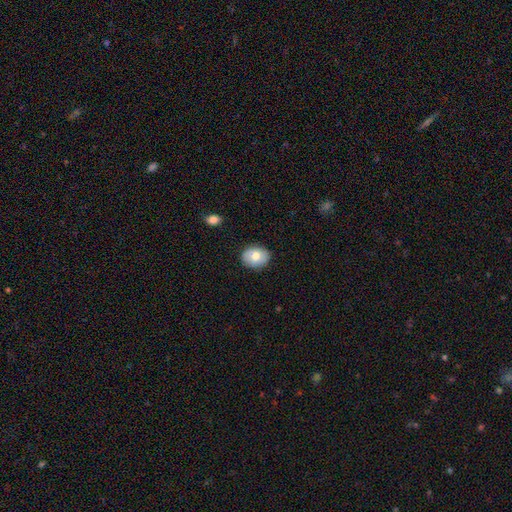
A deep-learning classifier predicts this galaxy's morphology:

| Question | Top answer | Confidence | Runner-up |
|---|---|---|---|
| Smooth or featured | smooth | 73% | featured or disk (20%) |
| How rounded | in between | 51% | round (48%) |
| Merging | none | 85% | minor disturbance (11%) |